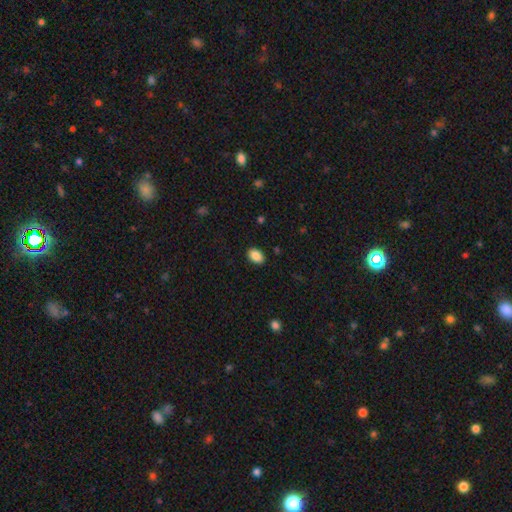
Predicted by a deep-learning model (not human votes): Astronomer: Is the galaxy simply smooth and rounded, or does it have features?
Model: smooth — 88%.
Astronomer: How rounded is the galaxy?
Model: in between — 85%.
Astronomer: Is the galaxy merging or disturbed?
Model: none — 89%.